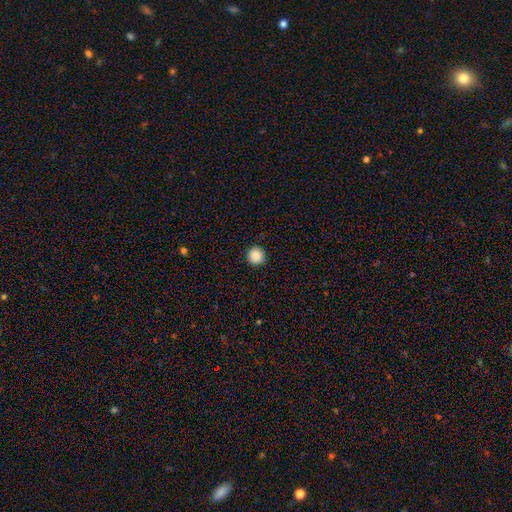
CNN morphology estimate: Overall: smooth (88%). How rounded: round (96%). Merging: none (93%).